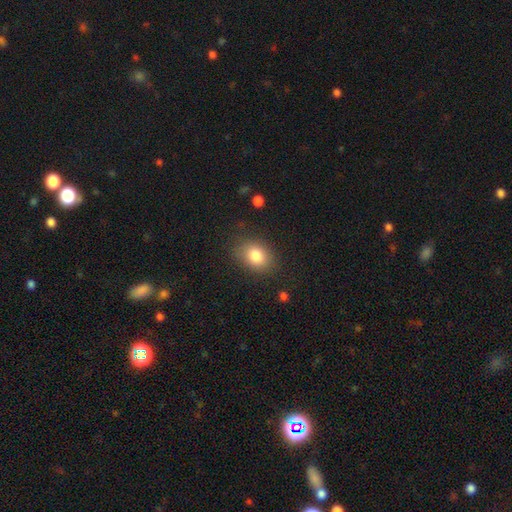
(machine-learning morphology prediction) type=smooth (83%); roundness=in between (65%); merging=none (81%).